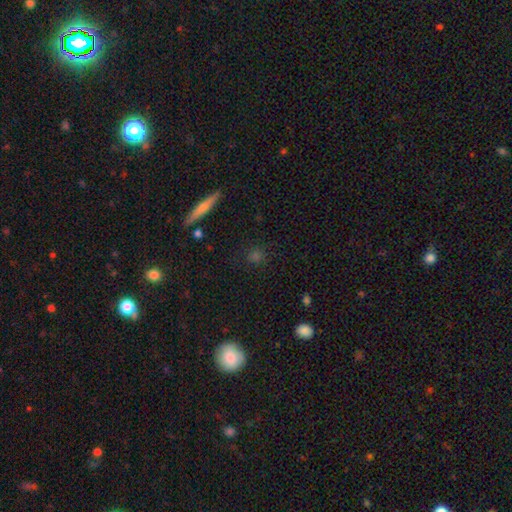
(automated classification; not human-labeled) This appears to be a smooth galaxy with no disk features (60%) that is round (75%). Merging: none (85%).